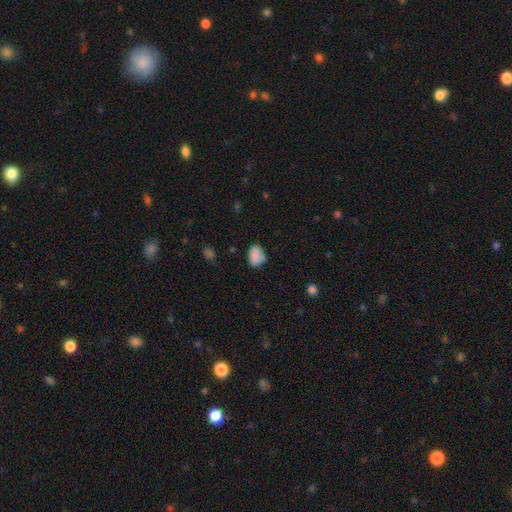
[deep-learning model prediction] smooth 84%, star or artifact 9%, featured or disk 7%. Down the decision tree: how rounded — in between (70%); merging — none (59%).